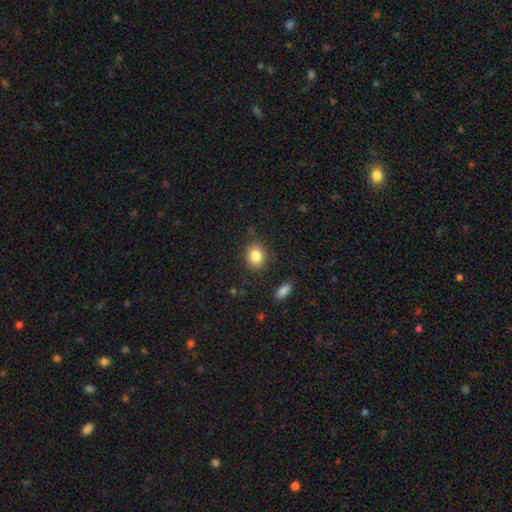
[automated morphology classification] A smooth galaxy with no disk features (84%) that is round (60%).

Vote fractions:
- Smooth or featured? smooth: 84% / star or artifact: 9% / featured or disk: 7%
- How rounded? round: 60% / in between: 39% / cigar-shaped: 1%
- Merging? none: 83% / minor disturbance: 12% / major disturbance: 3% / merger: 2%